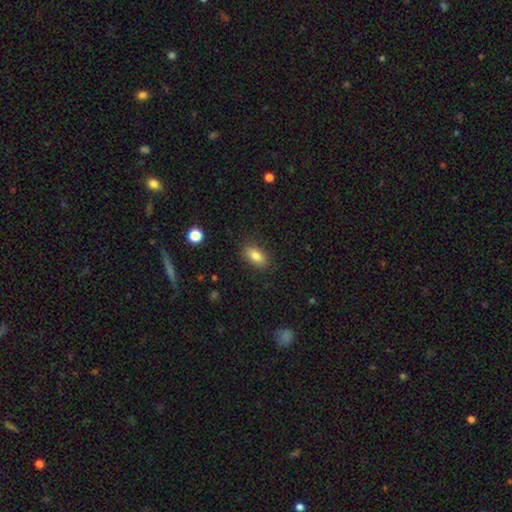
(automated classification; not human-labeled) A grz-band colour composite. It shows a smooth galaxy with no disk features (82%) that is in between round and cigar-shaped (86%). Merging: none (86%).